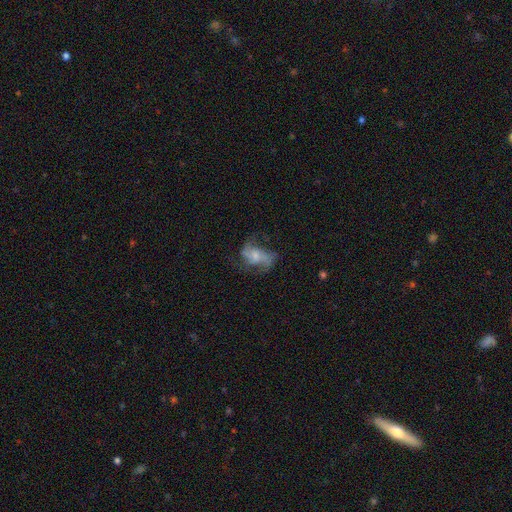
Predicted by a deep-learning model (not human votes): A featured or disk galaxy (63%) with no bar (60%), spiral arms (78%) and a small central bulge (43%). Merging: none (45%).